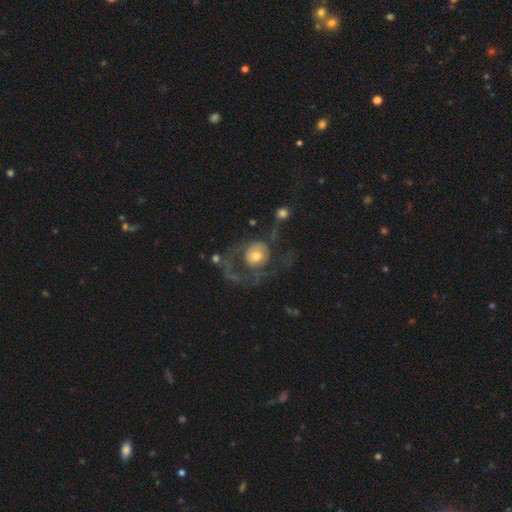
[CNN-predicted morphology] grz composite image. It shows a featured or disk galaxy (52%) with no bar (84%), no spiral arms (58%) and a moderate central bulge (62%). Merging: major disturbance (56%).